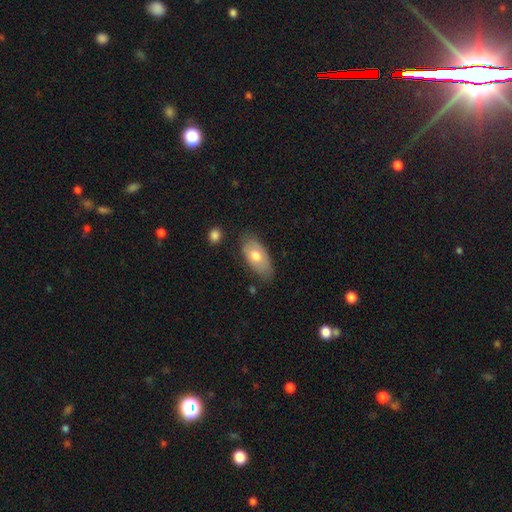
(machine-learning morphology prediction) Smooth or featured?
  - smooth: 66% *
  - featured or disk: 28%
  - star or artifact: 6%
How rounded?
  - in between: 92% *
  - cigar-shaped: 5%
  - round: 4%
Merging?
  - none: 73% *
  - minor disturbance: 21%
  - major disturbance: 4%
  - merger: 2%